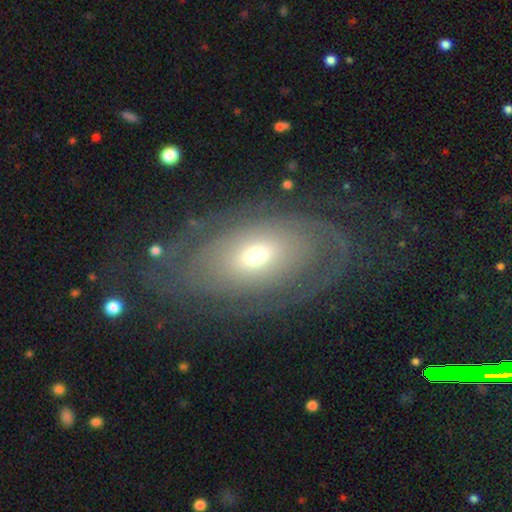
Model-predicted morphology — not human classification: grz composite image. It shows a featured or disk galaxy (68%) with no bar (75%), spiral arms (70%) and a moderate central bulge (48%). Merging: none (70%).